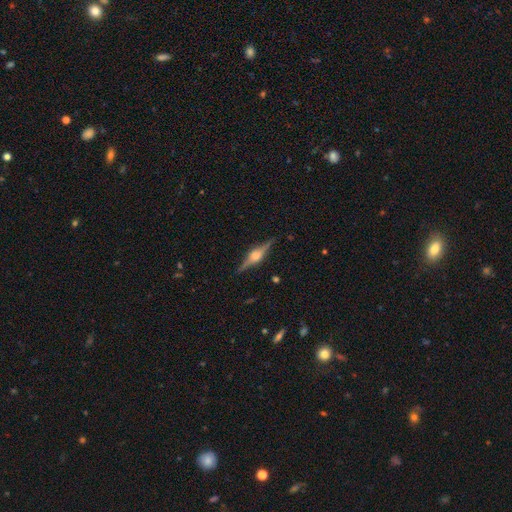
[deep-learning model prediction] Morphology: type=featured or disk (84%); edge-on=yes (98%); edge-on bulge=rounded (87%); merging=none (89%).